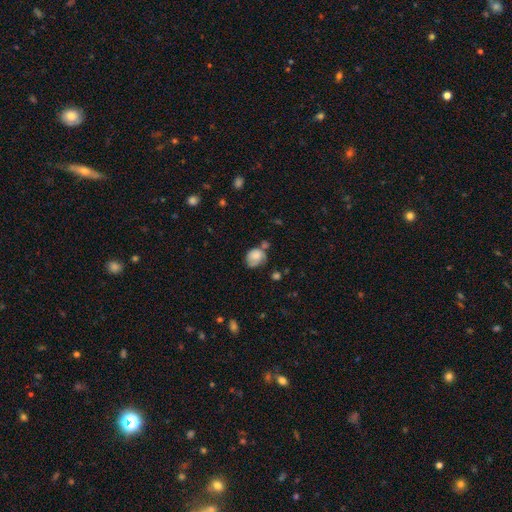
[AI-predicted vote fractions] Q: Smooth or featured?
A: smooth (72%); runner-up: featured or disk (20%)
Q: How rounded?
A: round (63%); runner-up: in between (36%)
Q: Merging?
A: none (45%); runner-up: minor disturbance (30%)